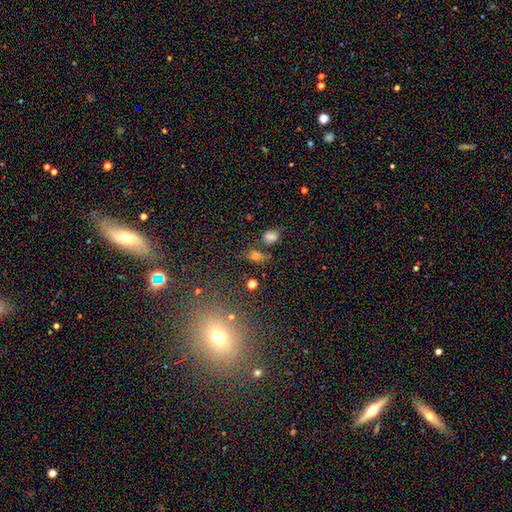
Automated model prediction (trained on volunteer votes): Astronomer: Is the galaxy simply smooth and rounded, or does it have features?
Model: smooth — 56%.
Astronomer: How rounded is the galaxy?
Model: in between — 63%.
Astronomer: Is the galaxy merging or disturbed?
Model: none — 60%.